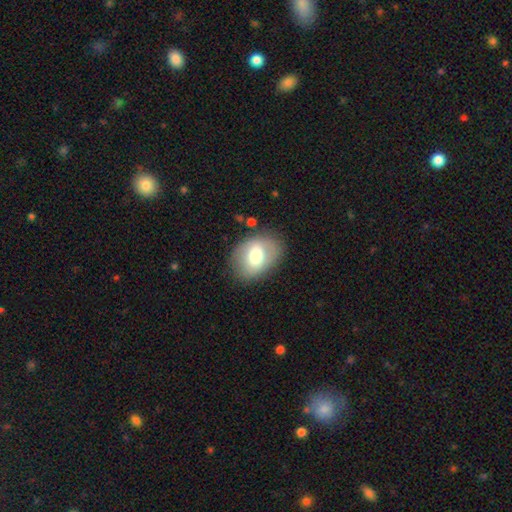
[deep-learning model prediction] smooth 68%, featured or disk 25%, star or artifact 7%. Down the decision tree: how rounded — in between (76%); merging — none (77%).